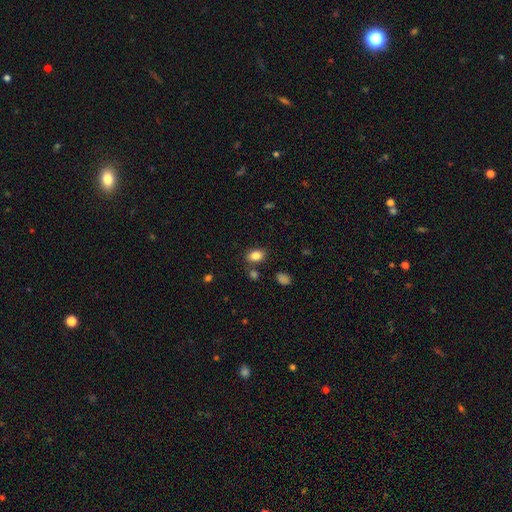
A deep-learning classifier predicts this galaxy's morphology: type=smooth (84%); roundness=in between (79%); merging=none (79%).